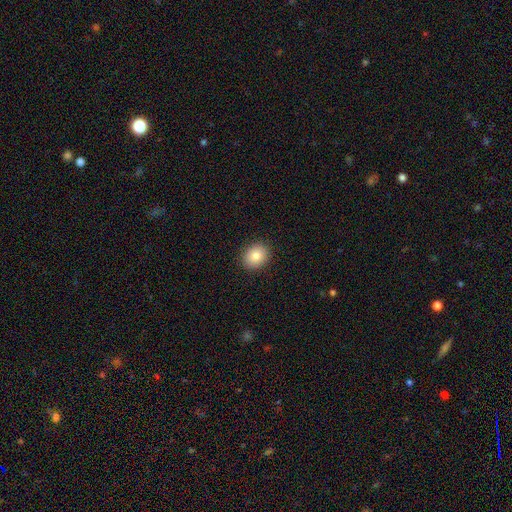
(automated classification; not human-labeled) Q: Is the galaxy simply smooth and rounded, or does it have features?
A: smooth — 85%.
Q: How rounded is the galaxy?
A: round — 63%.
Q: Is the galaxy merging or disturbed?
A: none — 90%.